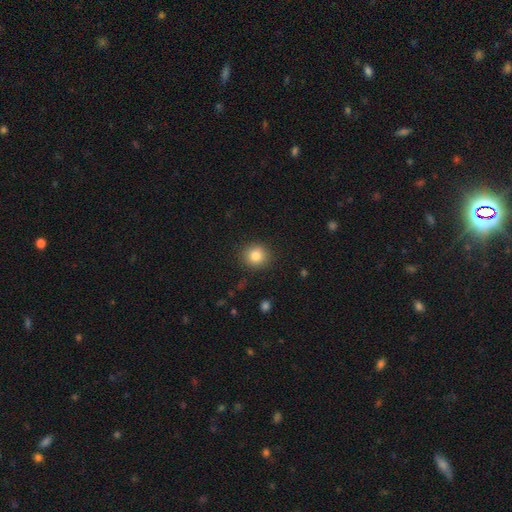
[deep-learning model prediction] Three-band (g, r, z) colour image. It shows a smooth galaxy with no disk features (84%) that is round (88%). Merging: none (89%).